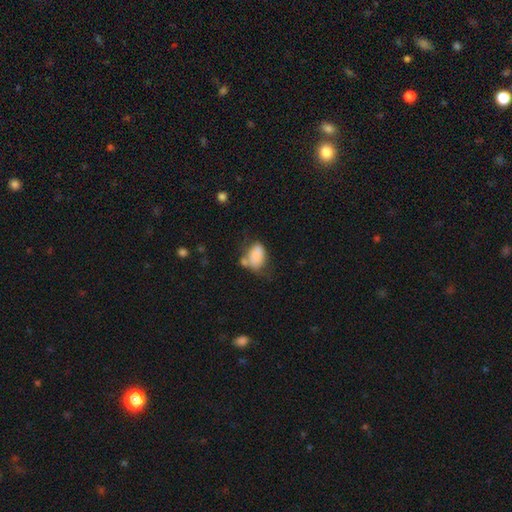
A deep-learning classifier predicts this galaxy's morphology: Q: Smooth or featured?
A: smooth (81%); runner-up: featured or disk (10%)
Q: How rounded?
A: in between (88%); runner-up: round (10%)
Q: Merging?
A: none (38%); runner-up: minor disturbance (27%)